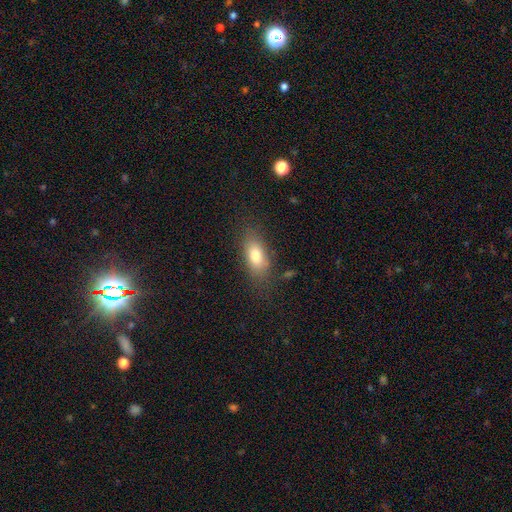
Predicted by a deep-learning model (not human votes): smooth_or_featured: smooth (p=0.77) [alt: featured or disk p=0.15]
how_rounded: in between (p=0.83) [alt: cigar-shaped p=0.10]
merging: none (p=0.76) [alt: minor disturbance p=0.16]